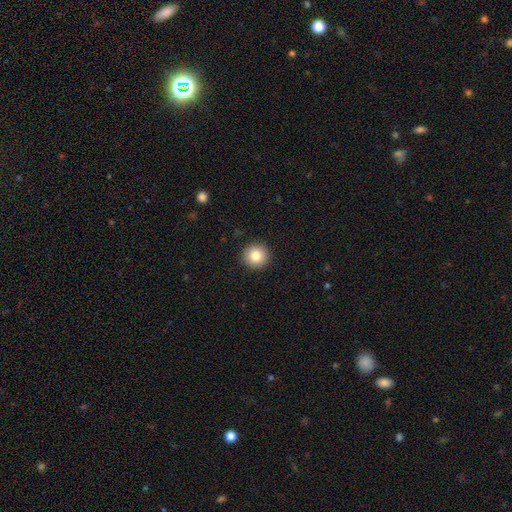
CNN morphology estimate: smooth-or-featured: smooth: 82% | star or artifact: 9% | featured or disk: 8%
  how-rounded: round: 96% | in between: 3% | cigar-shaped: 1%
  merging: none: 93% | minor disturbance: 4% | major disturbance: 2% | merger: 1%